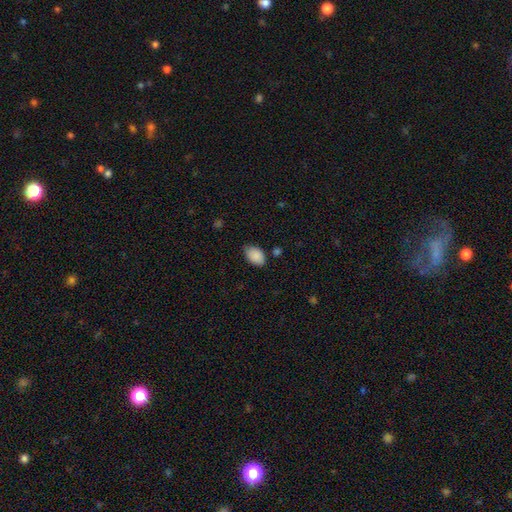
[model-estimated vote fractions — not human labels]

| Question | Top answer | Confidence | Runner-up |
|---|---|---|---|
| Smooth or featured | smooth | 89% | star or artifact (7%) |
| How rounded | in between | 89% | round (10%) |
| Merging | none | 69% | minor disturbance (25%) |